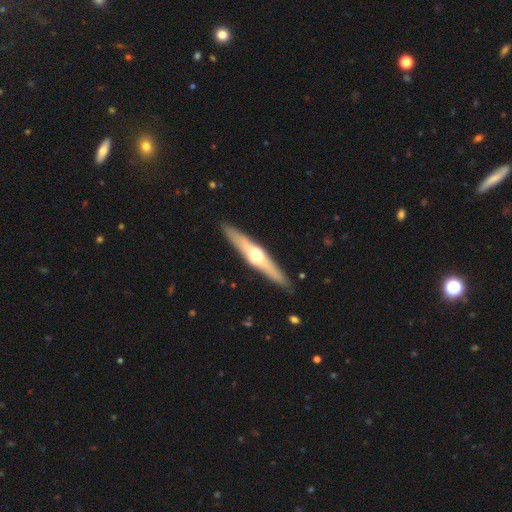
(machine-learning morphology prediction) smooth_or_featured: featured or disk (p=0.66) [alt: smooth p=0.29]
disk_edge_on: yes (p=0.95) [alt: no p=0.05]
edge_on_bulge: rounded (p=0.93) [alt: boxy p=0.04]
merging: none (p=0.90) [alt: minor disturbance p=0.07]